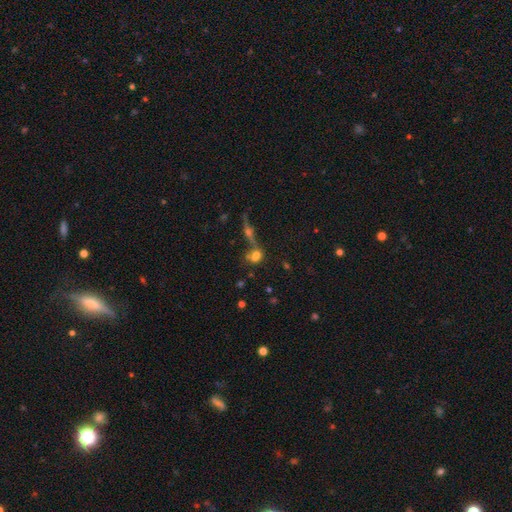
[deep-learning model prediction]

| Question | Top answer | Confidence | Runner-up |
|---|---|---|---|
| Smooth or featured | smooth | 60% | featured or disk (22%) |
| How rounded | in between | 50% | round (43%) |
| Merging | none | 47% | merger (34%) |